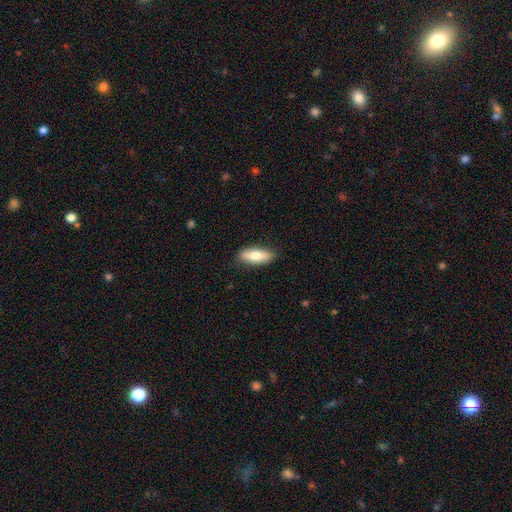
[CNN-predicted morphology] smooth 72%, featured or disk 22%, star or artifact 6%. Down the decision tree: how rounded — in between (69%); merging — none (86%).